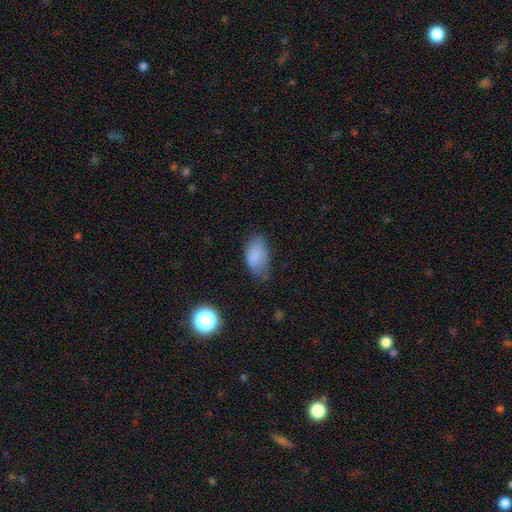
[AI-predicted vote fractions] This appears to be a smooth galaxy with no disk features (84%) that is in between round and cigar-shaped (93%). Merging: none (58%).